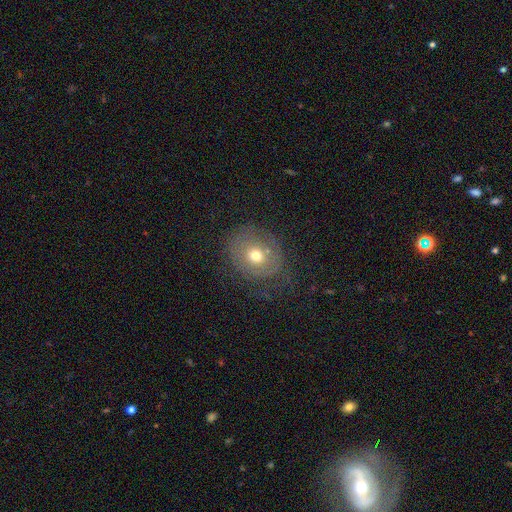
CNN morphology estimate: The model was most divided on "smooth or featured": smooth: 50%, featured or disk: 37%, star or artifact: 13%. More confident: how rounded — round (70%); merging — none (62%).